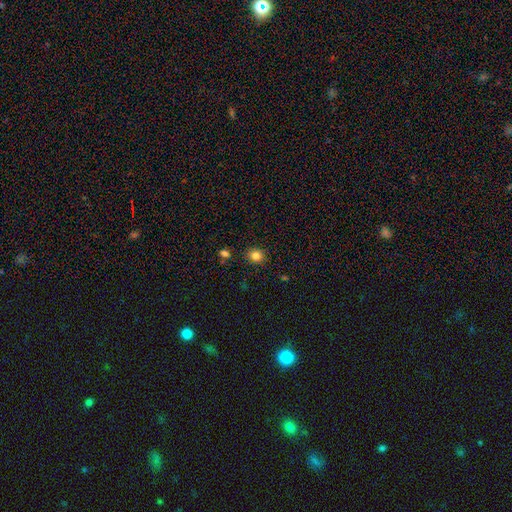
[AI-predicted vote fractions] Q: Smooth or featured?
A: smooth (83%); runner-up: star or artifact (12%)
Q: How rounded?
A: round (77%); runner-up: in between (22%)
Q: Merging?
A: none (89%); runner-up: minor disturbance (7%)